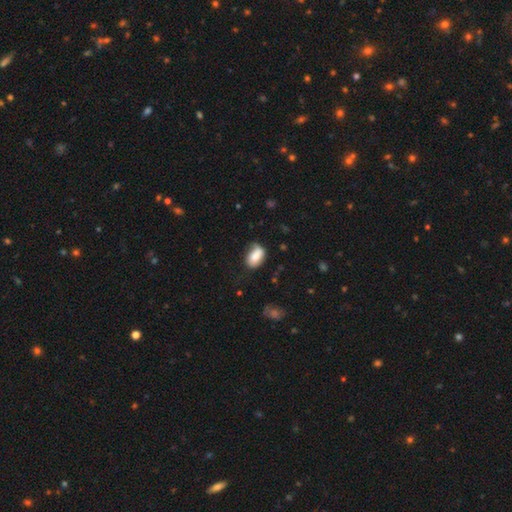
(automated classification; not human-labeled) Smooth or featured? smooth (79%)
How rounded? in between (88%)
Merging? none (48%)